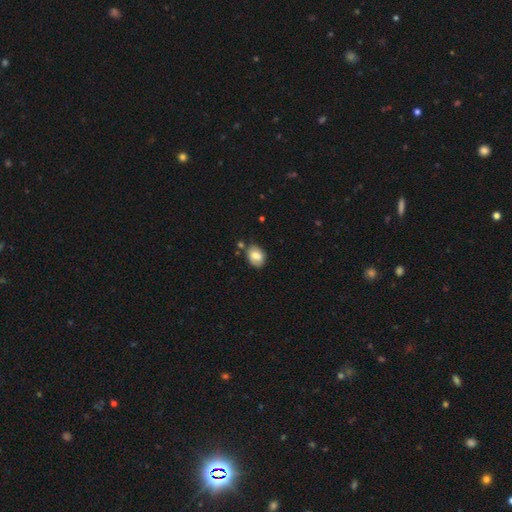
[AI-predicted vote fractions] smooth 76%, featured or disk 16%, star or artifact 8%. Down the decision tree: how rounded — in between (75%); merging — none (71%).